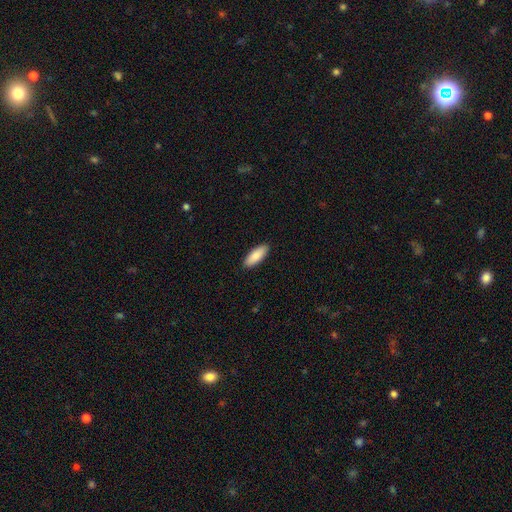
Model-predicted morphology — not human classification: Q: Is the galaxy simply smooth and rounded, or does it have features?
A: smooth — 88%.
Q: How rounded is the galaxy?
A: in between — 72%.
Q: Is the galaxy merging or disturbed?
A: none — 91%.